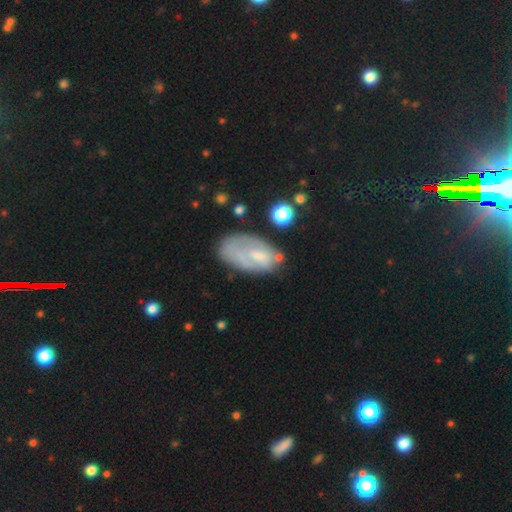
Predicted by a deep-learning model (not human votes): Q: Smooth or featured?
A: smooth (49%); runner-up: featured or disk (43%)
Q: Merging?
A: none (46%); runner-up: minor disturbance (28%)